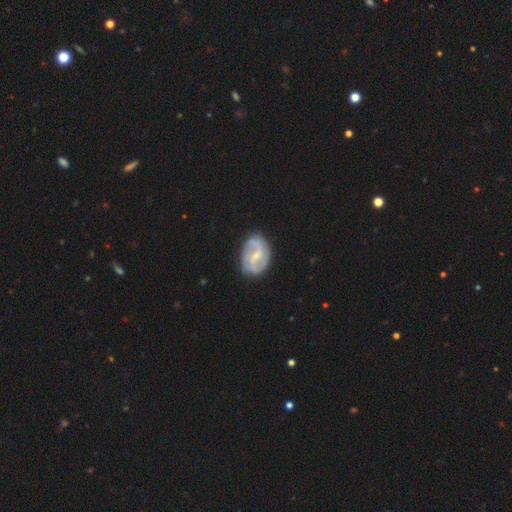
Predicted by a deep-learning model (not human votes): This is likely a featured or disk galaxy (79%). It is clearly not viewed edge-on (97%). Bar: possibly weak (54%). Spiral arm pattern: clearly yes (92%). Spiral arm count: likely 2 (74%). Spiral winding: possibly medium (45%). Central bulge: possibly small (58%). Merging: likely none (71%).